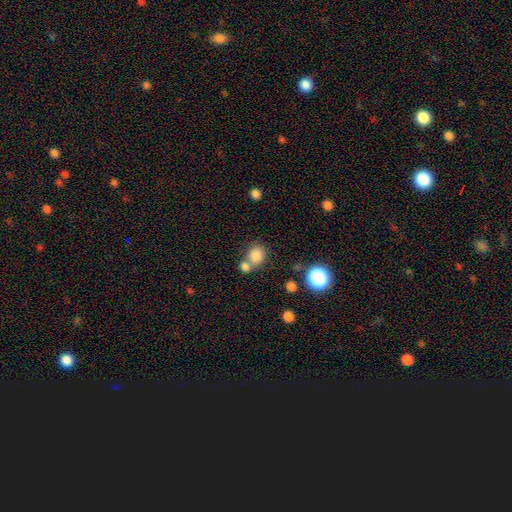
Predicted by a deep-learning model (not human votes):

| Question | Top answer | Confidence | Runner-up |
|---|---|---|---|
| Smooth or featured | smooth | 82% | star or artifact (11%) |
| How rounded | round | 70% | in between (29%) |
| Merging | none | 49% | merger (38%) |